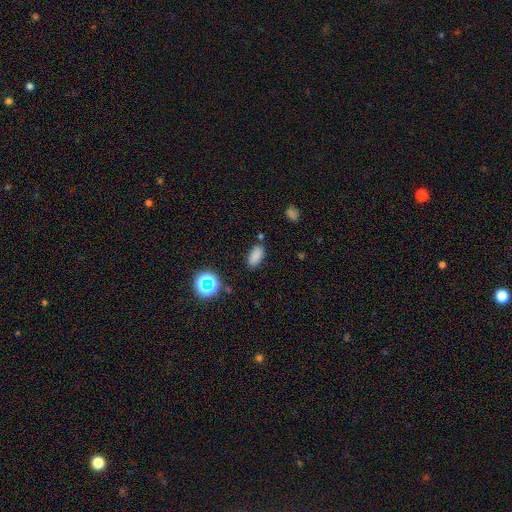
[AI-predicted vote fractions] smooth_or_featured: smooth (p=0.81) [alt: star or artifact p=0.14]
how_rounded: in between (p=0.91) [alt: round p=0.05]
merging: none (p=0.80) [alt: minor disturbance p=0.12]